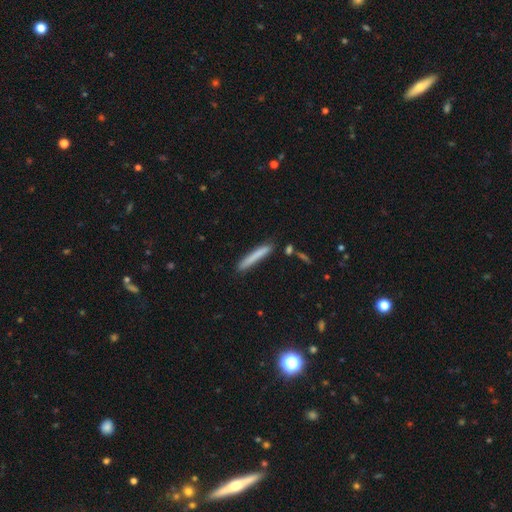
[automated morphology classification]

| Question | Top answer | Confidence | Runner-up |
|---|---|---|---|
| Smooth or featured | smooth | 76% | featured or disk (18%) |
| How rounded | cigar-shaped | 96% | in between (3%) |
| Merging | none | 85% | minor disturbance (11%) |